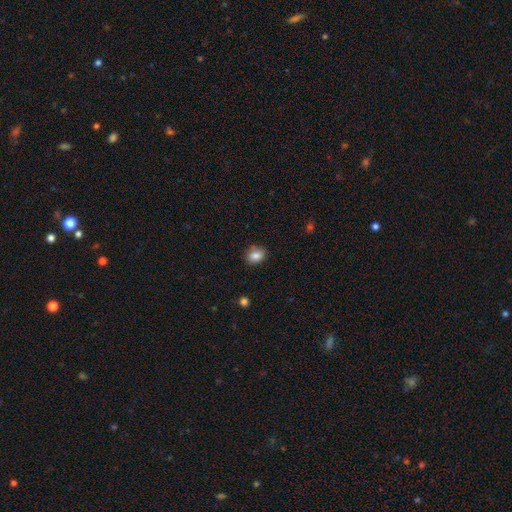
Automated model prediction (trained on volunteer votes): Q: Smooth or featured?
A: smooth (84%); runner-up: star or artifact (9%)
Q: How rounded?
A: in between (54%); runner-up: round (45%)
Q: Merging?
A: none (83%); runner-up: minor disturbance (13%)